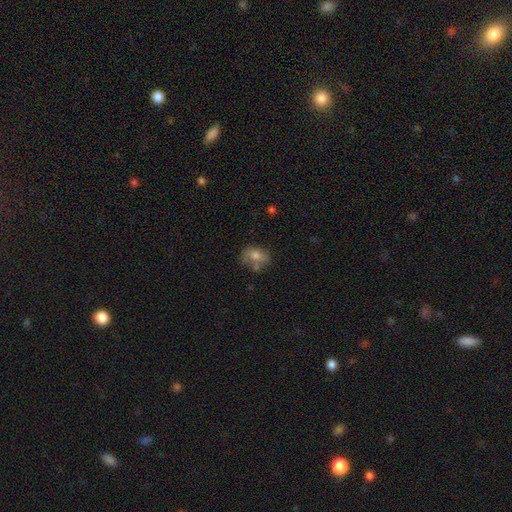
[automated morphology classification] A smooth galaxy with no disk features (71%) that is in between round and cigar-shaped (60%).

Vote fractions:
- Smooth or featured? smooth: 71% / featured or disk: 19% / star or artifact: 10%
- How rounded? in between: 60% / round: 38% / cigar-shaped: 1%
- Merging? none: 51% / minor disturbance: 25% / merger: 13% / major disturbance: 11%